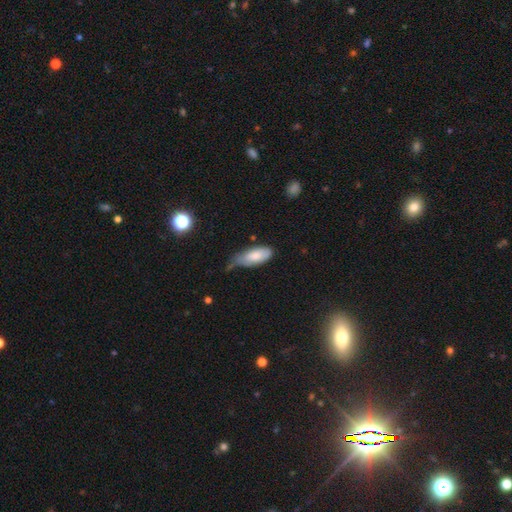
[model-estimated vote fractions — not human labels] Smooth or featured? Predicted: smooth (p=0.77). How rounded? Predicted: in between (p=0.84). Merging? Predicted: minor disturbance (p=0.48).